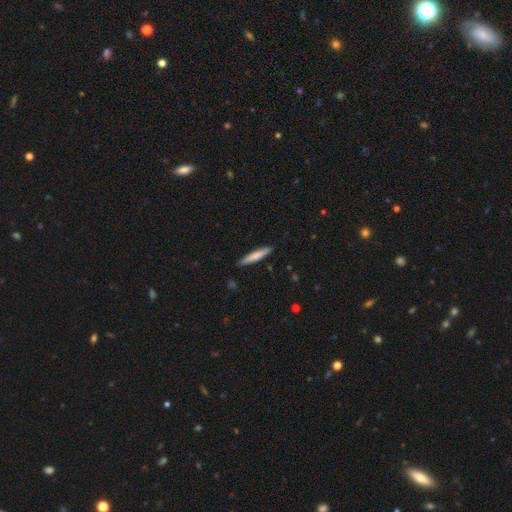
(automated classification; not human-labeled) A smooth galaxy with no disk features (74%) that is cigar-shaped (92%). Merging: none (89%).